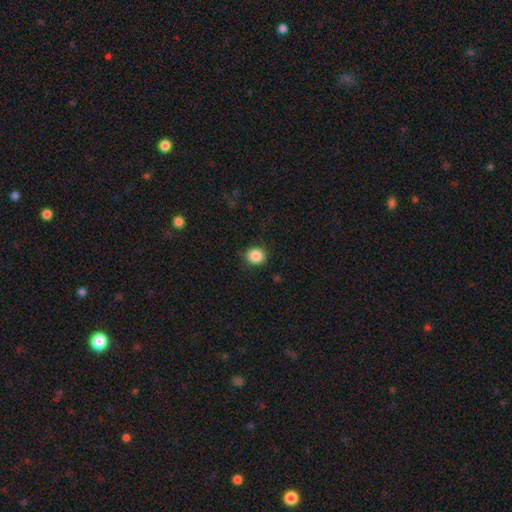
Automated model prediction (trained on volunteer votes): smooth 87%, star or artifact 9%, featured or disk 3%. Down the decision tree: how rounded — round (85%); merging — none (88%).